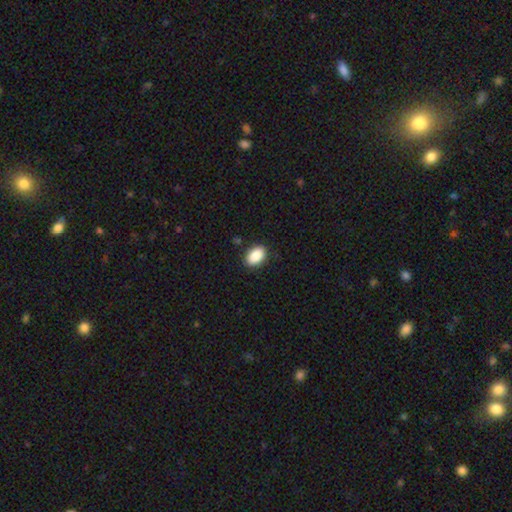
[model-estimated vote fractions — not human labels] Overall: smooth (89%). How rounded: in between (89%). Merging: none (88%).